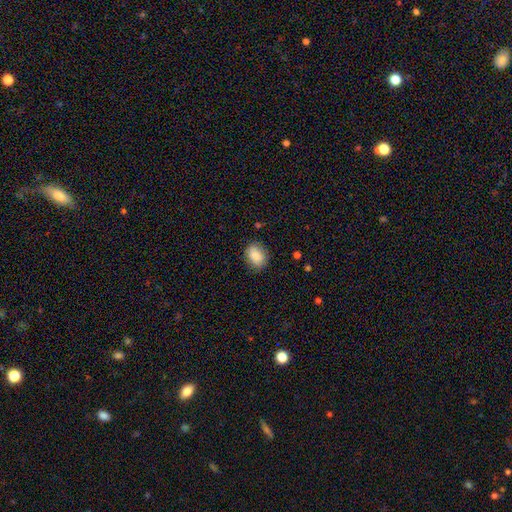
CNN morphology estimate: Overall: smooth (86%). How rounded: in between (67%; round 31%). Merging: none (79%).